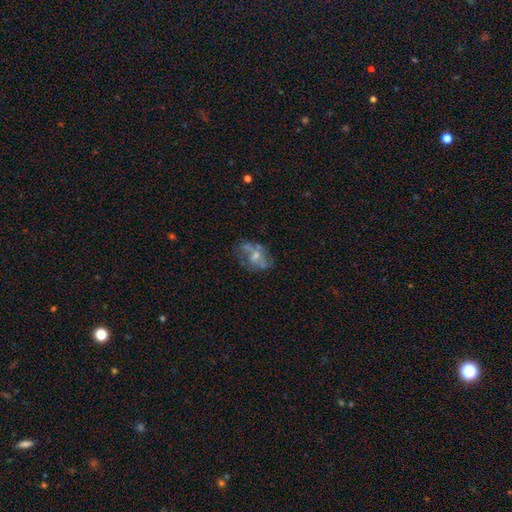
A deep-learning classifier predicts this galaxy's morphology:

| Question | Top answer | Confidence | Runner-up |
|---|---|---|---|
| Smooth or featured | featured or disk | 54% | smooth (35%) |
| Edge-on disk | no | 97% | yes (3%) |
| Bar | no | 65% | weak (28%) |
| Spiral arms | no | 63% | yes (37%) |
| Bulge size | moderate | 39% | small (35%) |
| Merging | none | 44% | major disturbance (26%) |